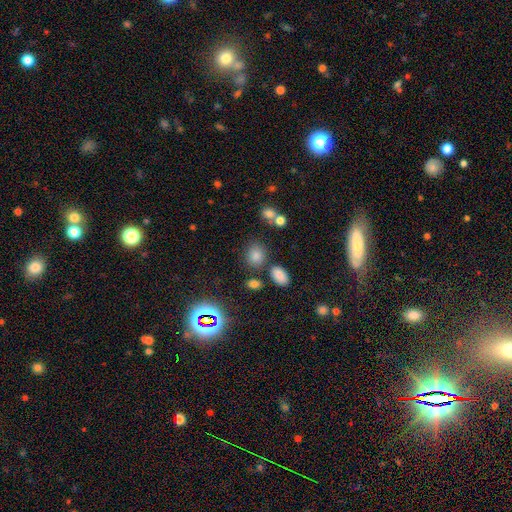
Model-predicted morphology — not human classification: This is likely a smooth galaxy (75%). How rounded: likely round (65%). Merging: likely none (73%).